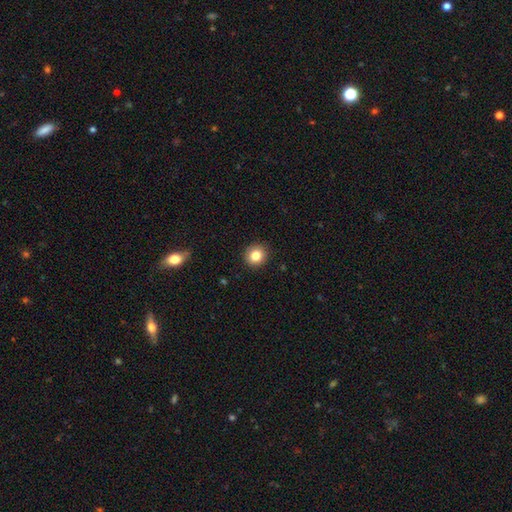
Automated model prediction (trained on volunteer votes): smooth-or-featured: smooth: 83% | star or artifact: 10% | featured or disk: 7%
  how-rounded: round: 87% | in between: 12% | cigar-shaped: 1%
  merging: none: 91% | minor disturbance: 6% | major disturbance: 2% | merger: 1%